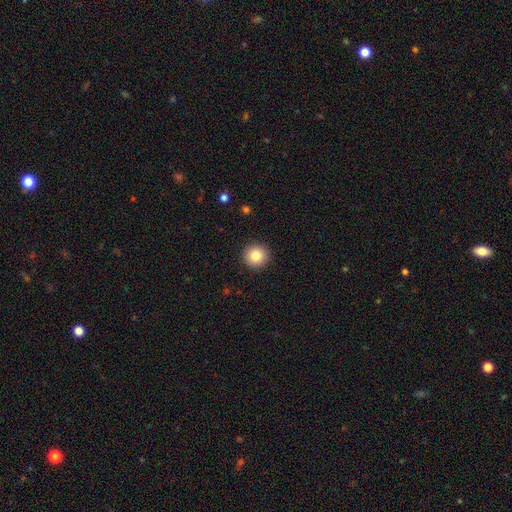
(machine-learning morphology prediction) Smooth or featured? Predicted: smooth (p=0.84). How rounded? Predicted: round (p=0.95). Merging? Predicted: none (p=0.93).